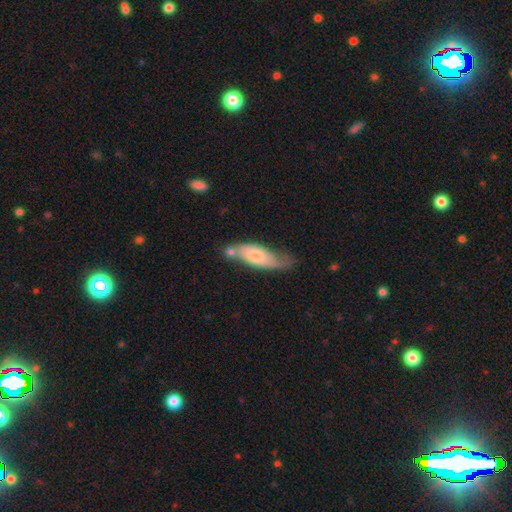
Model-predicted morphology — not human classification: A smooth galaxy with no disk features (60%) that is in between round and cigar-shaped (64%). Merging: none (39%).